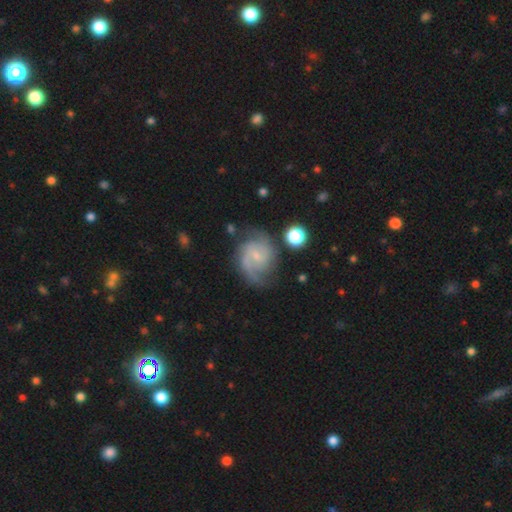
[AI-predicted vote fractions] Smooth or featured: featured or disk — 83% (smooth — 11%)
Edge-on disk: no — 98% (yes — 2%)
Bar: no — 47% (weak — 45%)
Spiral arms: yes — 96% (no — 4%)
Spiral winding: medium — 51% (tight — 30%)
Spiral arm count: 2 — 74% (can't tell — 10%)
Bulge size: small — 72% (moderate — 18%)
Merging: none — 67% (minor disturbance — 19%)